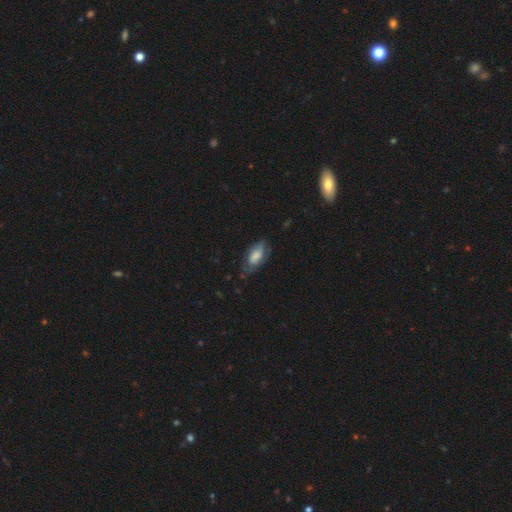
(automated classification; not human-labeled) This is likely a smooth galaxy (62%). How rounded: clearly in between (88%). Merging: possibly none (59%).